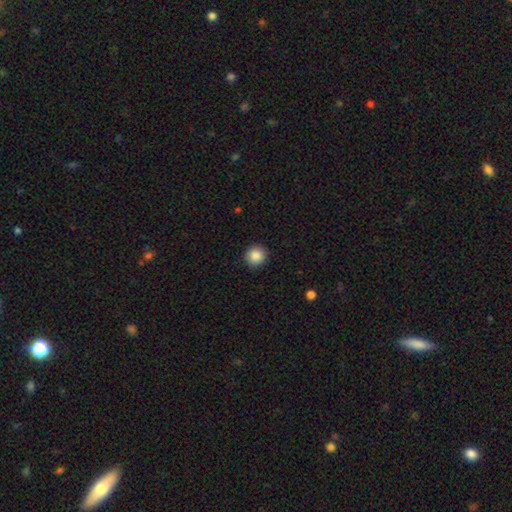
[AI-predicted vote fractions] smooth-or-featured: smooth: 87% | star or artifact: 9% | featured or disk: 4%
  how-rounded: round: 94% | in between: 5% | cigar-shaped: 1%
  merging: none: 92% | minor disturbance: 5% | major disturbance: 2% | merger: 1%